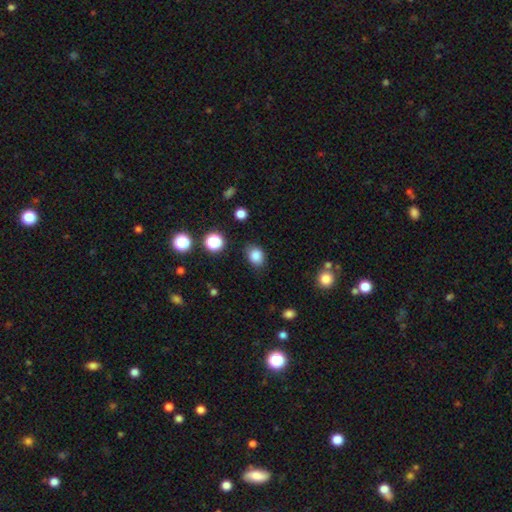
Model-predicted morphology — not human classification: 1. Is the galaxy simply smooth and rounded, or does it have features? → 84% smooth, 11% star or artifact, 4% featured or disk.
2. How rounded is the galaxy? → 61% in between, 38% round, 1% cigar-shaped.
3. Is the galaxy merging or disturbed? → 80% none, 14% minor disturbance, 4% major disturbance, 2% merger.